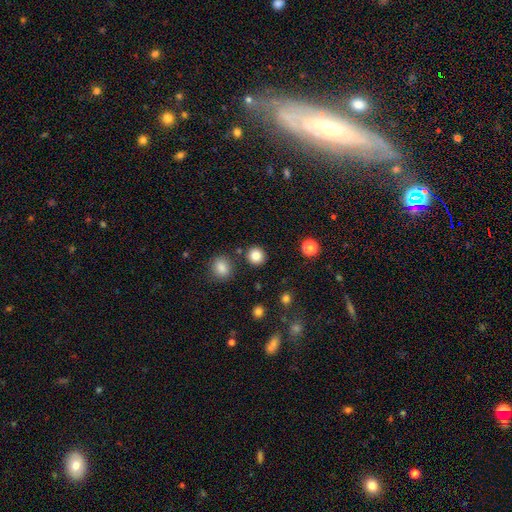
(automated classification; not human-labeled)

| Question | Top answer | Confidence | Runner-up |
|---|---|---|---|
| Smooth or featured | smooth | 85% | star or artifact (11%) |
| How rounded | round | 93% | in between (6%) |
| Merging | none | 88% | minor disturbance (6%) |